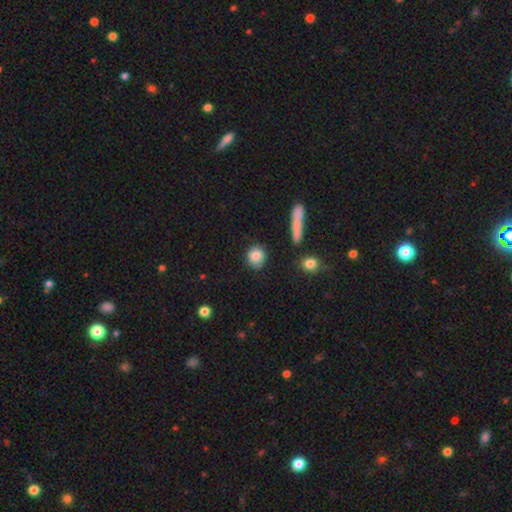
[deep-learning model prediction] Smooth or featured?
  - smooth: 82% *
  - featured or disk: 10%
  - star or artifact: 8%
How rounded?
  - round: 76% *
  - in between: 21%
  - cigar-shaped: 2%
Merging?
  - none: 83% *
  - minor disturbance: 11%
  - major disturbance: 3%
  - merger: 3%